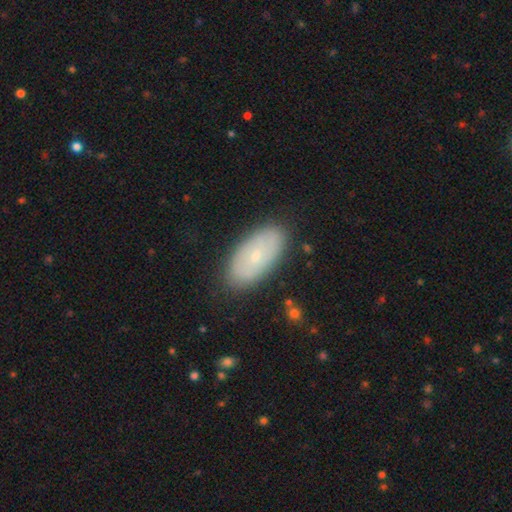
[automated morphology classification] smooth-or-featured: smooth: 57% | featured or disk: 37% | star or artifact: 7%
  how-rounded: in between: 93% | cigar-shaped: 4% | round: 3%
  merging: none: 85% | minor disturbance: 11% | major disturbance: 3% | merger: 1%